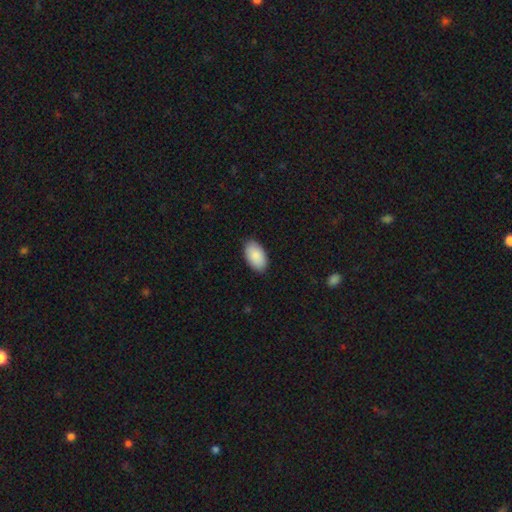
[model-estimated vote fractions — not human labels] smooth 89%, star or artifact 6%, featured or disk 5%. Down the decision tree: how rounded — in between (96%); merging — none (88%).